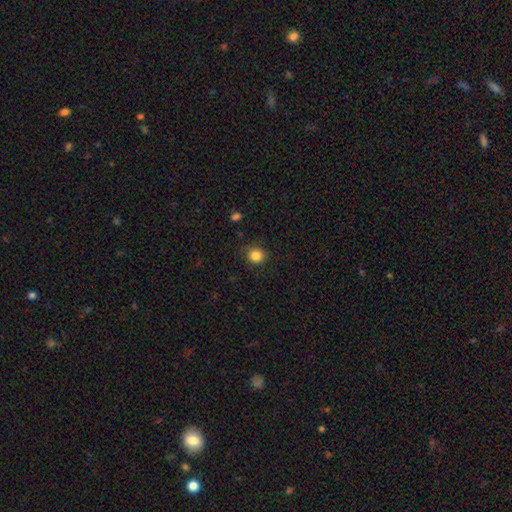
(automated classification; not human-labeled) Smooth or featured? smooth (84%)
How rounded? round (84%)
Merging? none (82%)